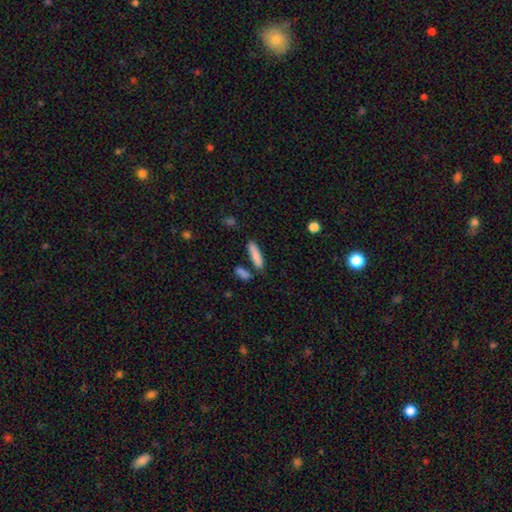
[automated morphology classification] Q: Smooth or featured?
A: smooth (85%); runner-up: featured or disk (9%)
Q: How rounded?
A: cigar-shaped (75%); runner-up: in between (23%)
Q: Merging?
A: none (77%); runner-up: minor disturbance (10%)